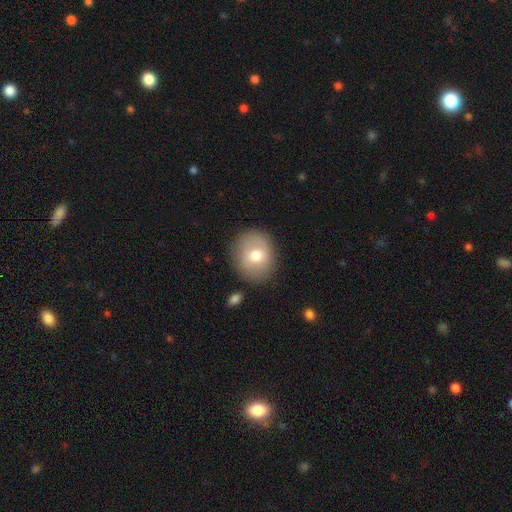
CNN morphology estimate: smooth_or_featured: smooth (p=0.66) [alt: featured or disk p=0.26]
how_rounded: round (p=0.74) [alt: in between p=0.25]
merging: none (p=0.83) [alt: minor disturbance p=0.11]